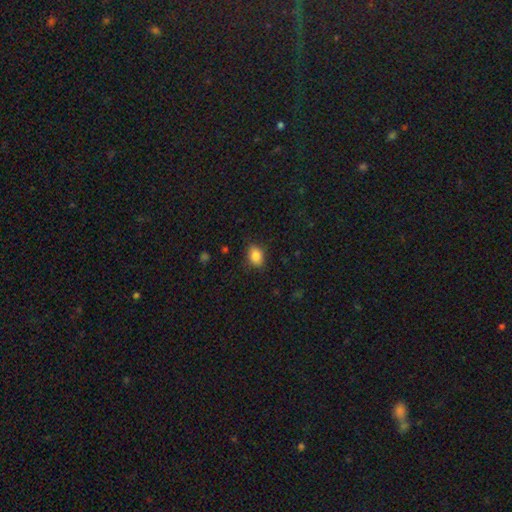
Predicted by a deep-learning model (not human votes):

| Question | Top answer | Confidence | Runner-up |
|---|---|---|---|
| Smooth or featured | smooth | 85% | star or artifact (9%) |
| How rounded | in between | 75% | round (24%) |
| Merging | none | 85% | minor disturbance (12%) |